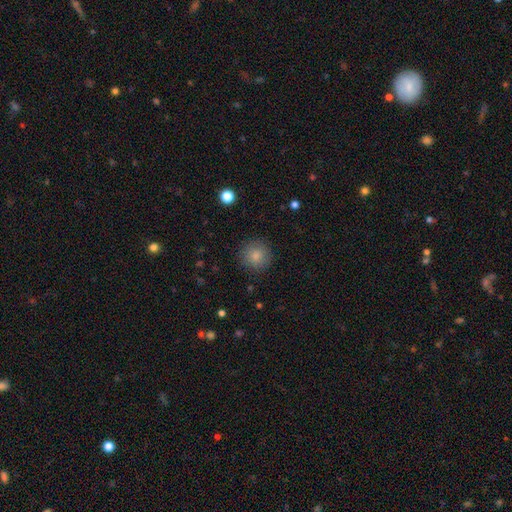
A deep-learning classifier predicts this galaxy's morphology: smooth-or-featured: smooth: 84% | star or artifact: 9% | featured or disk: 7%
  how-rounded: round: 94% | in between: 5% | cigar-shaped: 1%
  merging: none: 88% | minor disturbance: 8% | major disturbance: 3% | merger: 1%